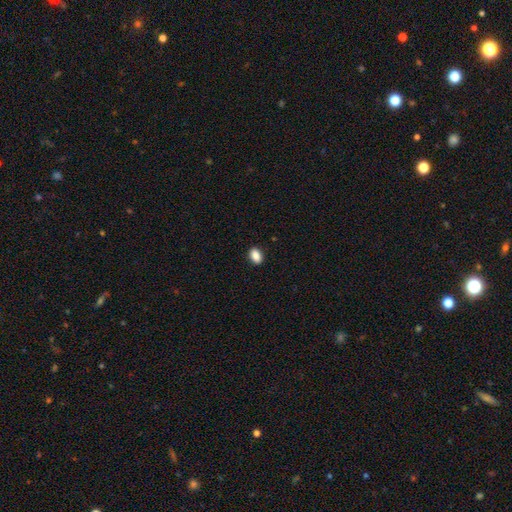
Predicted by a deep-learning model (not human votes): This is clearly a smooth galaxy (88%). How rounded: clearly in between (86%). Merging: clearly none (90%).